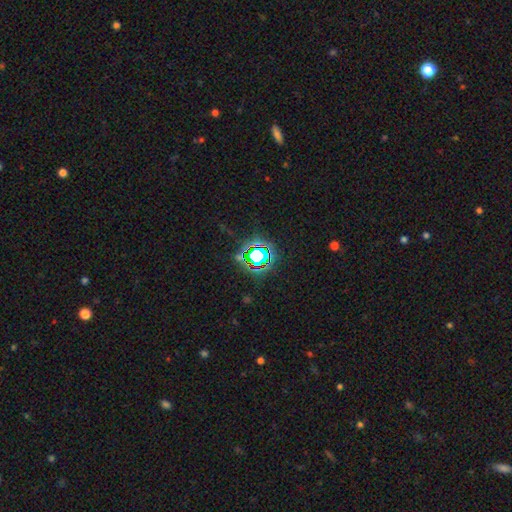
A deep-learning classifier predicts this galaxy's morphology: smooth-or-featured: star or artifact: 70% | smooth: 18% | featured or disk: 12%